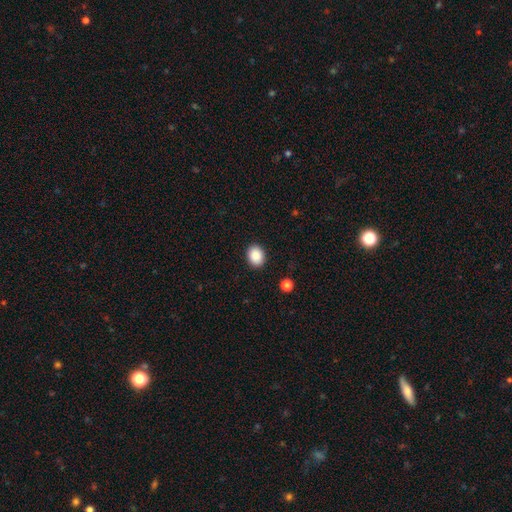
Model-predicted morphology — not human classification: Smooth or featured? Predicted: smooth (p=0.89). How rounded? Predicted: in between (p=0.53). Merging? Predicted: none (p=0.90).